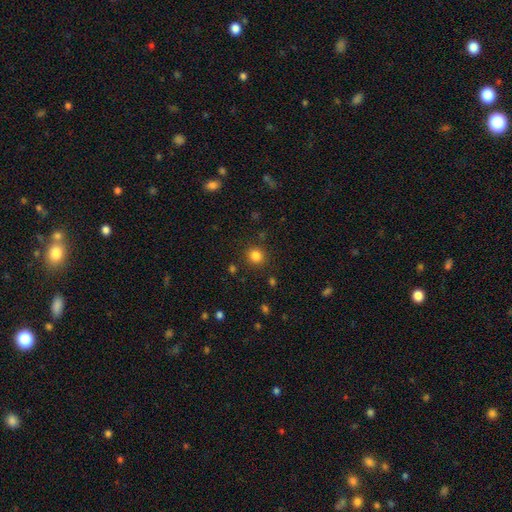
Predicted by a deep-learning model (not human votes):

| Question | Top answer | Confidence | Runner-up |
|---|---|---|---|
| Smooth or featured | smooth | 83% | star or artifact (13%) |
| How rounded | round | 88% | in between (11%) |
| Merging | none | 88% | minor disturbance (7%) |